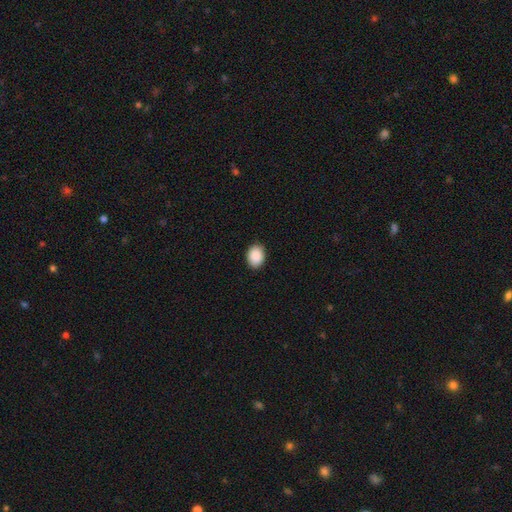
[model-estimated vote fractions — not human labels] smooth_or_featured: smooth (p=0.90) [alt: star or artifact p=0.07]
how_rounded: in between (p=0.70) [alt: round p=0.29]
merging: none (p=0.89) [alt: minor disturbance p=0.08]